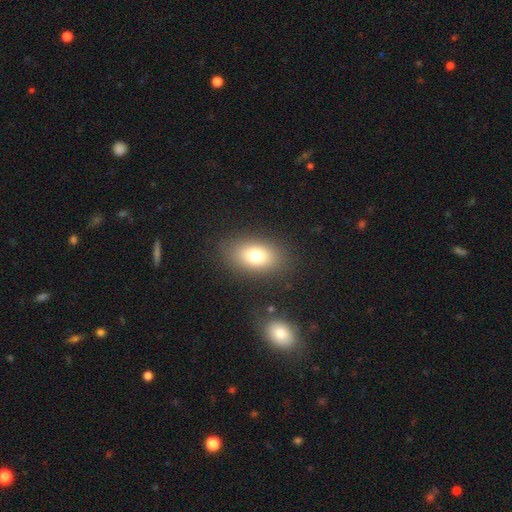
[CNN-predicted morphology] This is likely a smooth galaxy (75%). How rounded: clearly in between (83%). Merging: clearly none (84%).